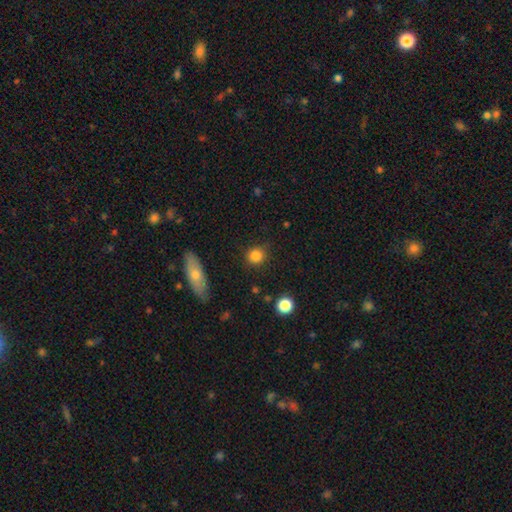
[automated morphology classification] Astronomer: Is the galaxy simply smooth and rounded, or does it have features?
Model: smooth — 84%.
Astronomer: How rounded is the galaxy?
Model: round — 89%.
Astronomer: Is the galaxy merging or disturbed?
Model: none — 86%.